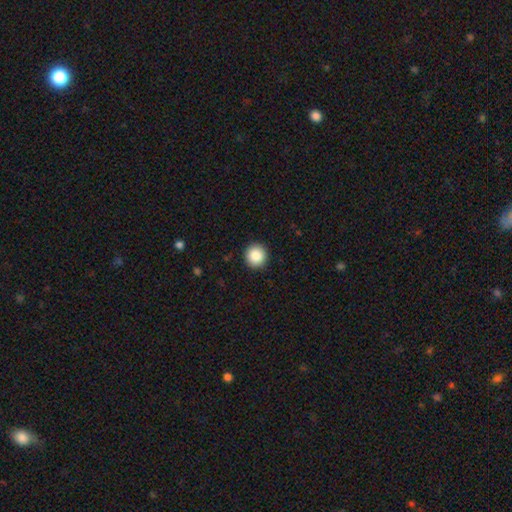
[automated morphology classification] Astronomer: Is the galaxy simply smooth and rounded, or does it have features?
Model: smooth — 87%.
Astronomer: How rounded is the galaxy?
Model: round — 95%.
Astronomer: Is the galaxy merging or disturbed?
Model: none — 93%.